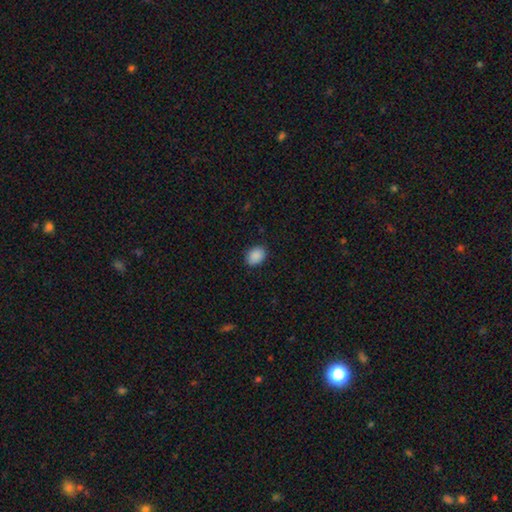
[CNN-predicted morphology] This is clearly a smooth galaxy (89%). How rounded: likely in between (68%). Merging: clearly none (86%).